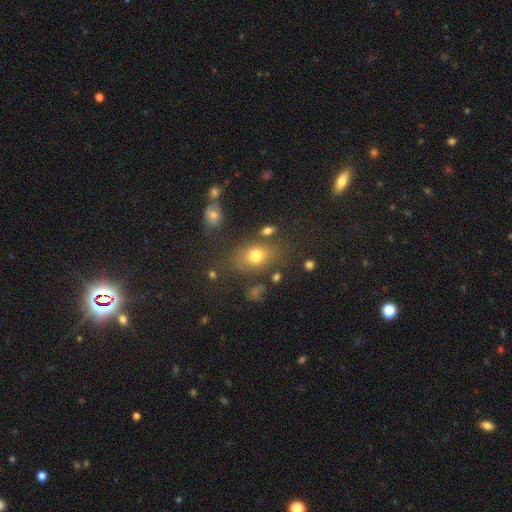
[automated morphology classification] A smooth galaxy with no disk features (74%) that is in between round and cigar-shaped (66%).

Vote fractions:
- Smooth or featured? smooth: 74% / star or artifact: 14% / featured or disk: 12%
- How rounded? in between: 66% / round: 31% / cigar-shaped: 2%
- Merging? none: 71% / minor disturbance: 15% / merger: 7% / major disturbance: 7%